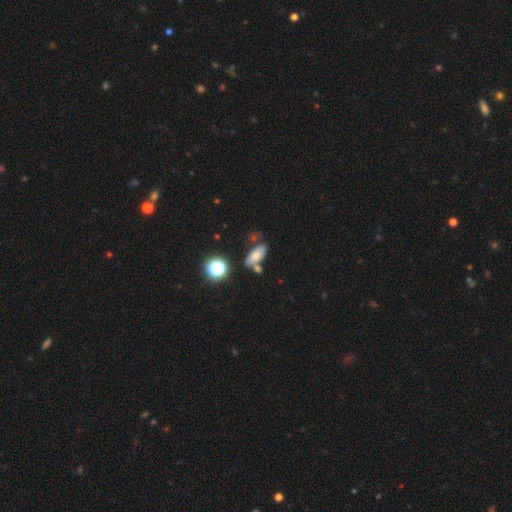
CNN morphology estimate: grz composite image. It shows a smooth galaxy with no disk features (73%) that is in between round and cigar-shaped (80%). Merging: none (63%).